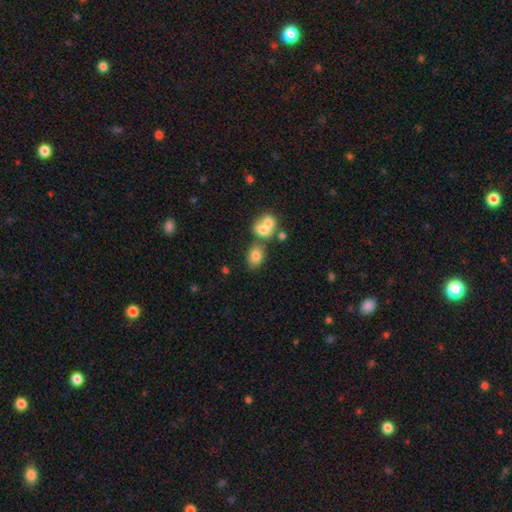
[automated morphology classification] smooth 76%, featured or disk 13%, star or artifact 11%. Down the decision tree: how rounded — in between (65%); merging — none (53%).